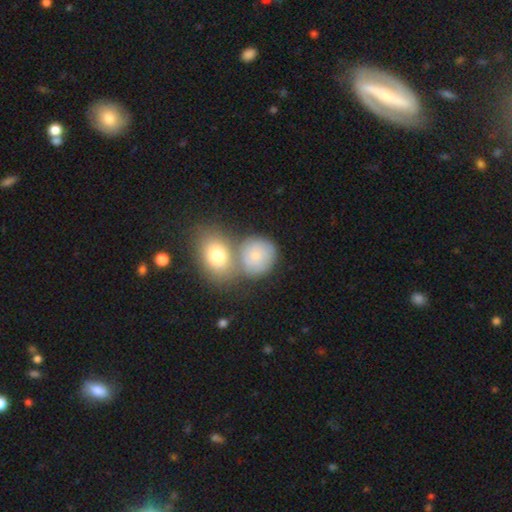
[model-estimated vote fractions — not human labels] Morphology: type=smooth (65%); roundness=round (76%); merging=none (49%).